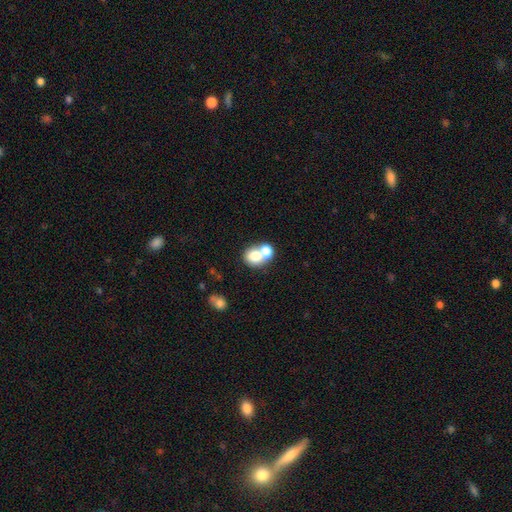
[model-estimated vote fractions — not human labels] smooth_or_featured: smooth (p=0.74) [alt: featured or disk p=0.16]
how_rounded: round (p=0.67) [alt: in between p=0.32]
merging: merger (p=0.61) [alt: none p=0.30]